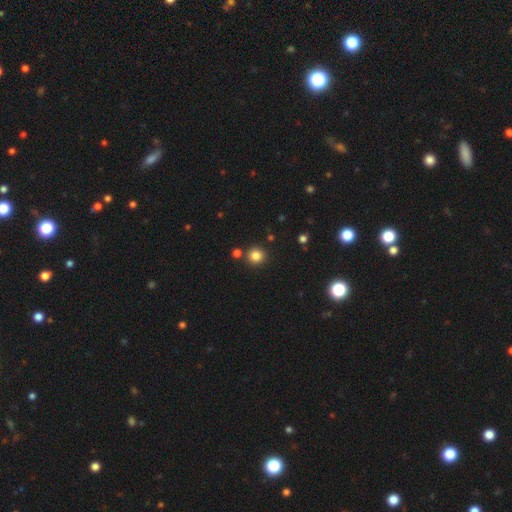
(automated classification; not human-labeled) smooth-or-featured: smooth: 83% | star or artifact: 12% | featured or disk: 5%
  how-rounded: round: 91% | in between: 8% | cigar-shaped: 1%
  merging: none: 84% | minor disturbance: 7% | merger: 7% | major disturbance: 2%